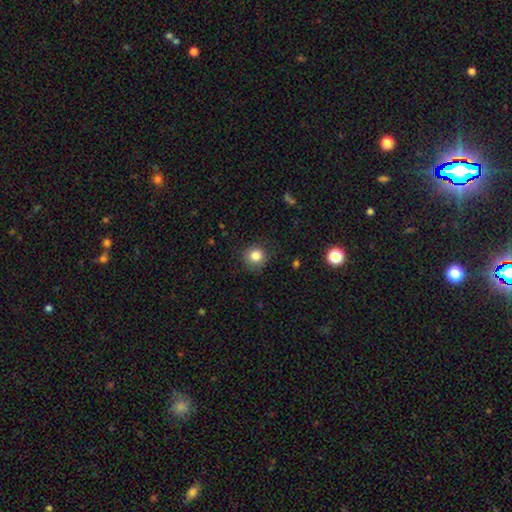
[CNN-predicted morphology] smooth_or_featured: smooth (p=0.83) [alt: star or artifact p=0.11]
how_rounded: round (p=0.91) [alt: in between p=0.08]
merging: none (p=0.86) [alt: minor disturbance p=0.10]